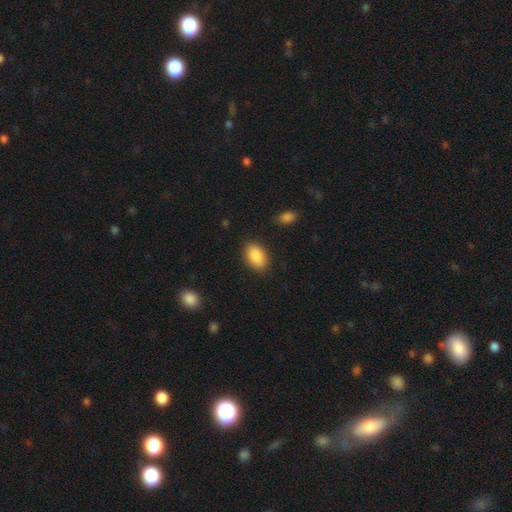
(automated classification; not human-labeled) The model was most divided on "merging": none: 85%, minor disturbance: 11%, major disturbance: 3%, merger: 2%. More confident: how rounded — in between (91%); smooth or featured — smooth (87%).